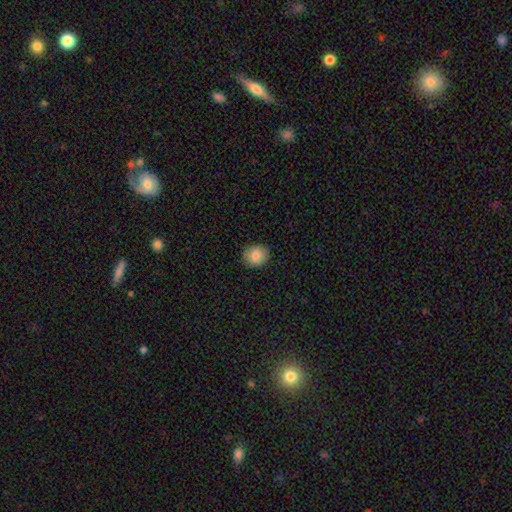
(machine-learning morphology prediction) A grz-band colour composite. It shows a smooth galaxy with no disk features (85%) that is round (75%). Merging: none (88%).